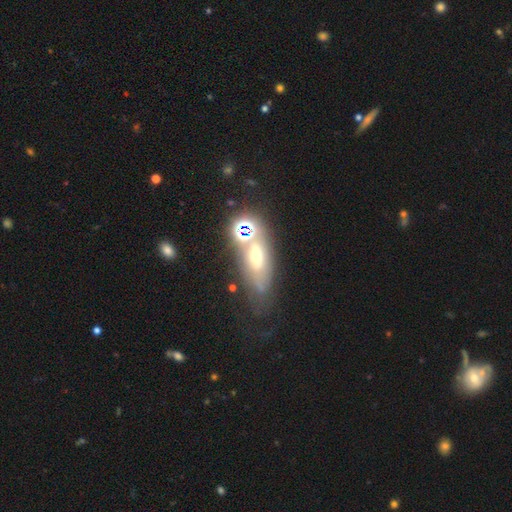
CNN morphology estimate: Smooth or featured? Predicted: featured or disk (p=0.44). Merging? Predicted: none (p=0.50).